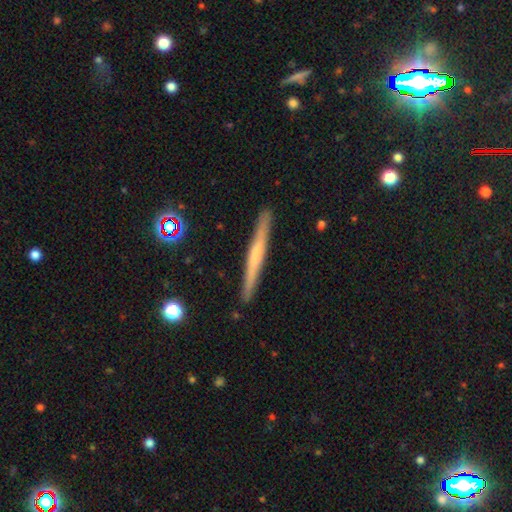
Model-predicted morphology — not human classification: featured or disk 52%, smooth 41%, star or artifact 8%. Down the decision tree: edge-on disk — yes (97%); merging — none (90%).